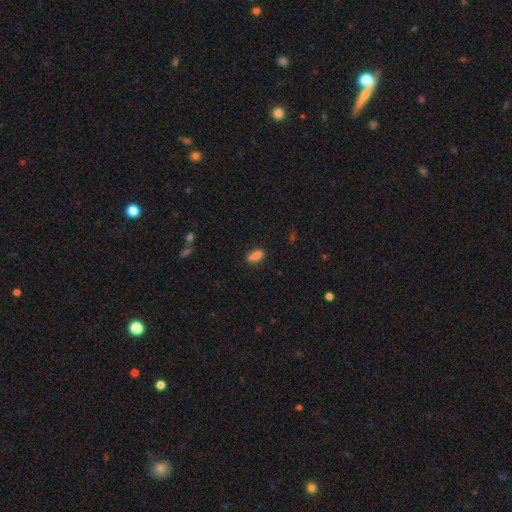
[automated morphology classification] This is clearly a smooth galaxy (86%). How rounded: likely in between (77%). Merging: clearly none (83%).